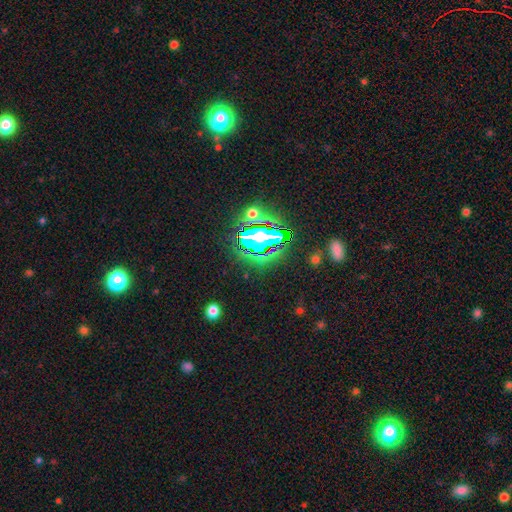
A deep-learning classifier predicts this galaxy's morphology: Smooth or featured: star or artifact — 72% (smooth — 17%)